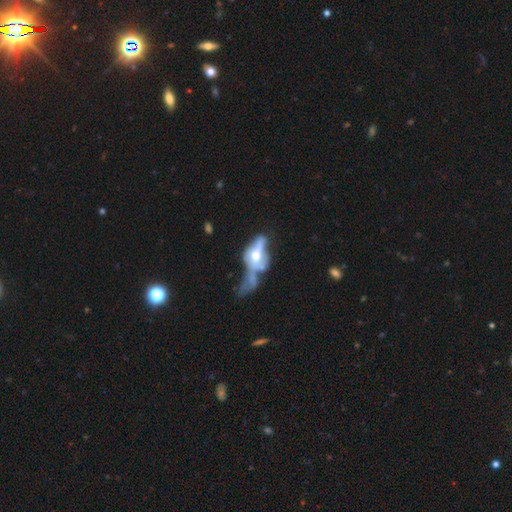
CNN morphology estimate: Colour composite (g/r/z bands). It shows a featured or disk galaxy (55%). Merging: major disturbance (39%).